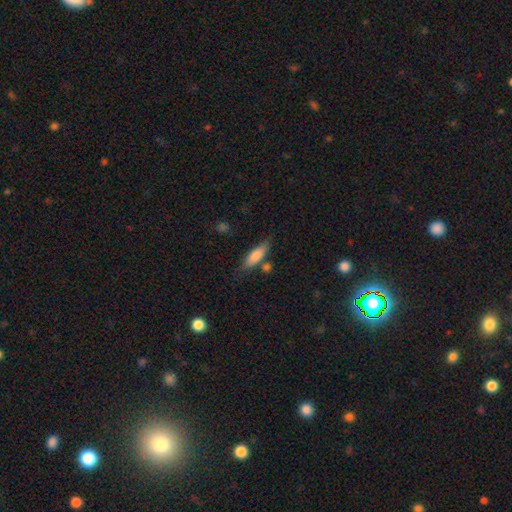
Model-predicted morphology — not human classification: The model was most divided on "how rounded": cigar-shaped: 52%, in between: 46%, round: 2%. More confident: smooth or featured — smooth (77%); merging — none (69%).